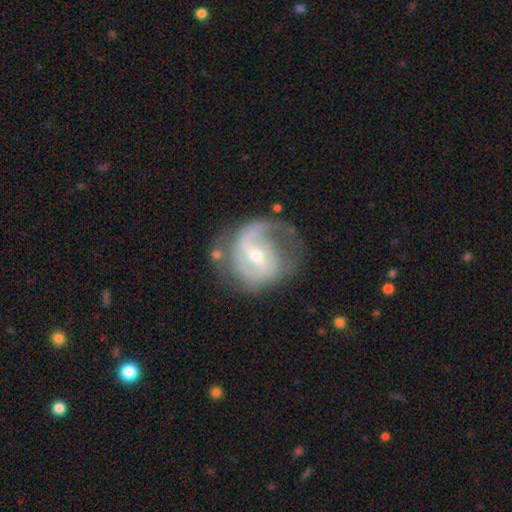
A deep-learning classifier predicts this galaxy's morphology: Smooth or featured? Predicted: featured or disk (p=0.83). Edge-on disk? Predicted: no (p=0.97). Bar? Predicted: weak (p=0.50). Spiral arms? Predicted: yes (p=0.91). Spiral winding? Predicted: medium (p=0.46). Spiral arm count? Predicted: 2 (p=0.53). Bulge size? Predicted: small (p=0.49). Merging? Predicted: none (p=0.50).